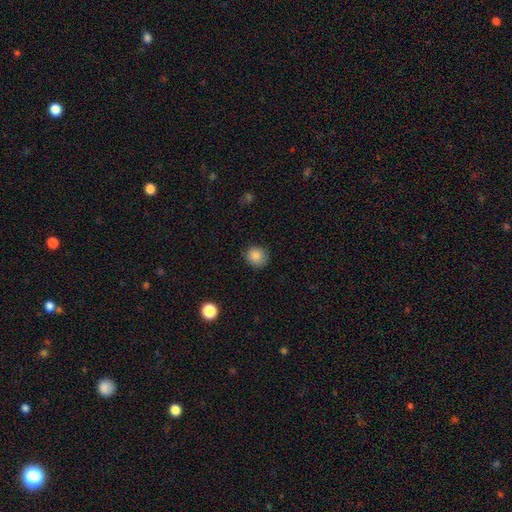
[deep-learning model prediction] Smooth or featured: smooth — 86% (star or artifact — 10%)
How rounded: round — 85% (in between — 14%)
Merging: none — 86% (minor disturbance — 10%)